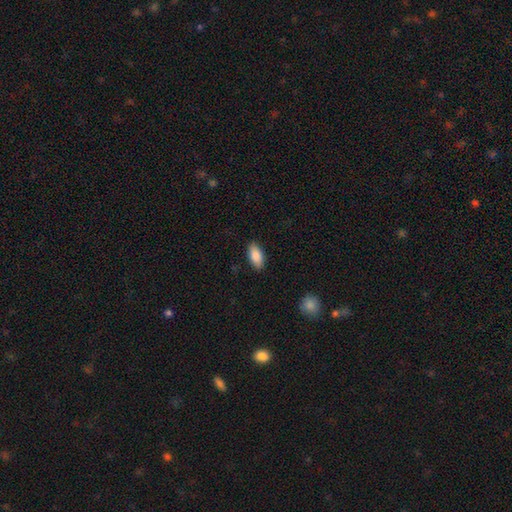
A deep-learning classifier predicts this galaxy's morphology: Smooth or featured? Predicted: smooth (p=0.87). How rounded? Predicted: in between (p=0.90). Merging? Predicted: none (p=0.88).